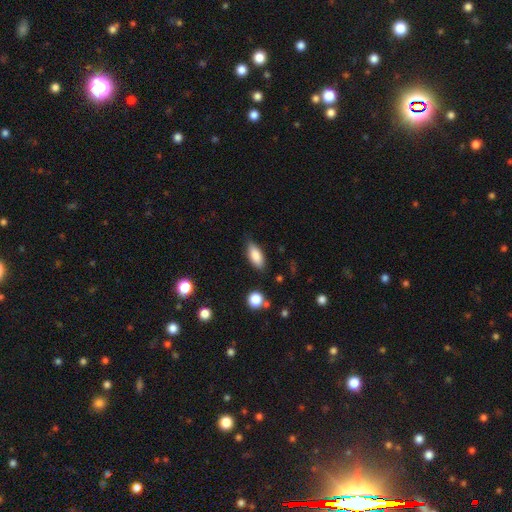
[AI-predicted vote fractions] A smooth galaxy with no disk features (82%) that is in between round and cigar-shaped (83%). Merging: none (81%).